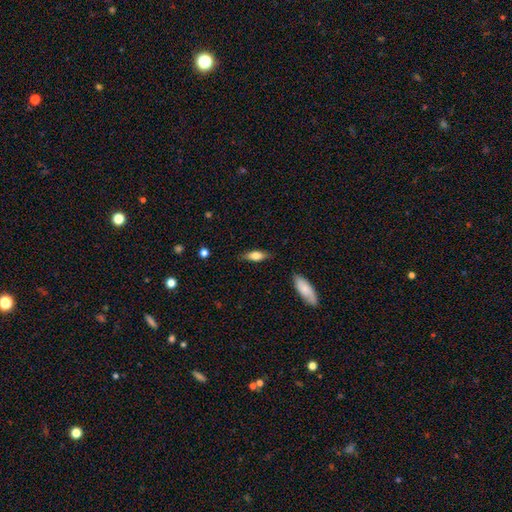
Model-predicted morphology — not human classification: A smooth galaxy with no disk features (74%) that is in between round and cigar-shaped (67%).

Vote fractions:
- Smooth or featured? smooth: 74% / featured or disk: 19% / star or artifact: 7%
- How rounded? in between: 67% / cigar-shaped: 30% / round: 3%
- Merging? none: 81% / minor disturbance: 14% / major disturbance: 3% / merger: 2%